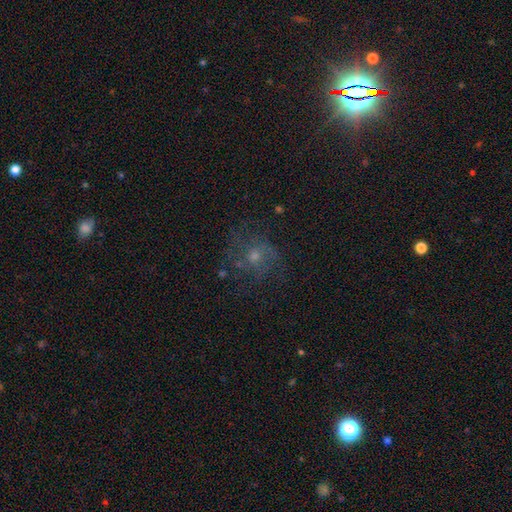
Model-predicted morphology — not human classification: Q: Smooth or featured?
A: featured or disk (48%); runner-up: smooth (31%)
Q: Merging?
A: none (63%); runner-up: minor disturbance (18%)